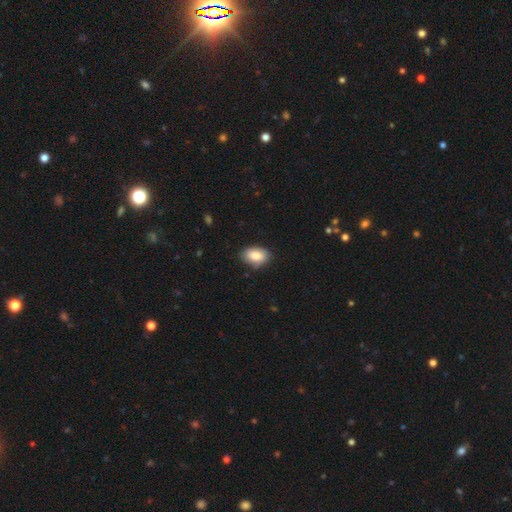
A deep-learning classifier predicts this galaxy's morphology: Overall: smooth (85%). How rounded: in between (88%). Merging: none (79%).